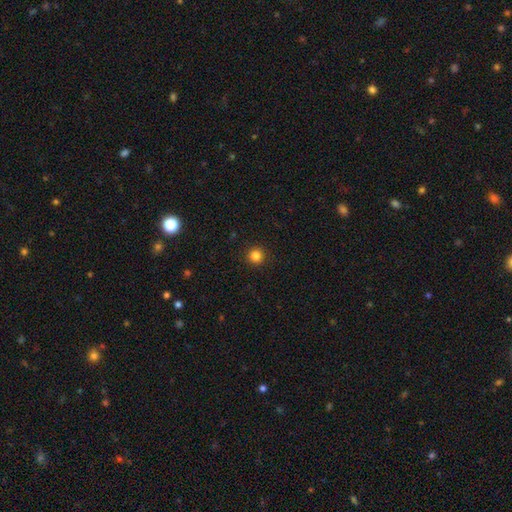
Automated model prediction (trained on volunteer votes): Morphology: type=smooth (83%); roundness=round (95%); merging=none (93%).